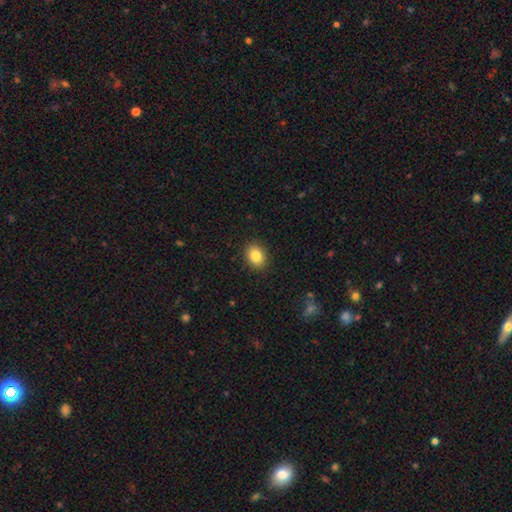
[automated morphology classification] smooth 86%, star or artifact 9%, featured or disk 6%. Down the decision tree: how rounded — in between (64%); merging — none (89%).